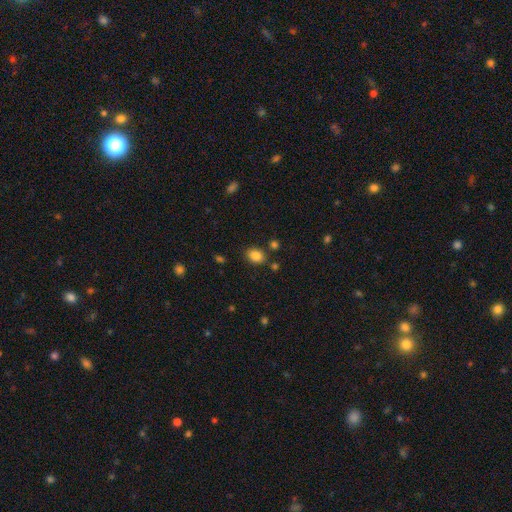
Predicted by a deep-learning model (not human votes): Smooth or featured? Predicted: smooth (p=0.85). How rounded? Predicted: in between (p=0.62). Merging? Predicted: none (p=0.81).